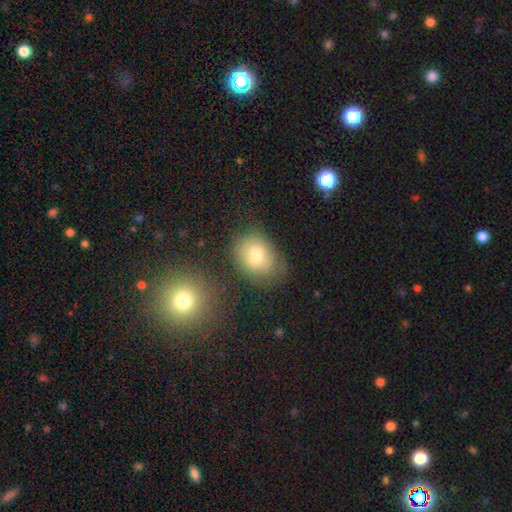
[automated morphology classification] smooth_or_featured: smooth (p=0.74) [alt: featured or disk p=0.15]
how_rounded: in between (p=0.57) [alt: round p=0.42]
merging: none (p=0.67) [alt: minor disturbance p=0.21]